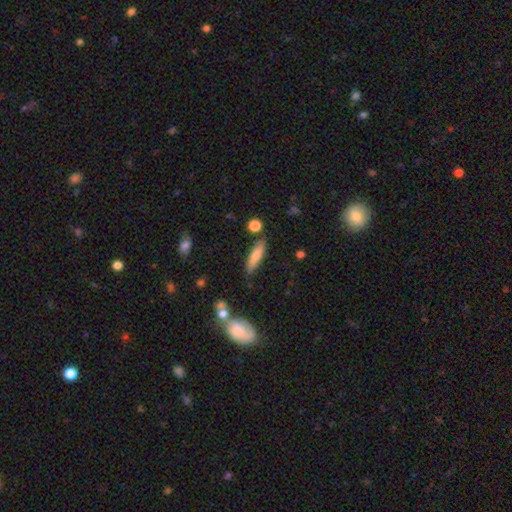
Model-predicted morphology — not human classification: Q: Smooth or featured?
A: smooth (76%); runner-up: featured or disk (17%)
Q: How rounded?
A: cigar-shaped (70%); runner-up: in between (28%)
Q: Merging?
A: none (78%); runner-up: minor disturbance (15%)